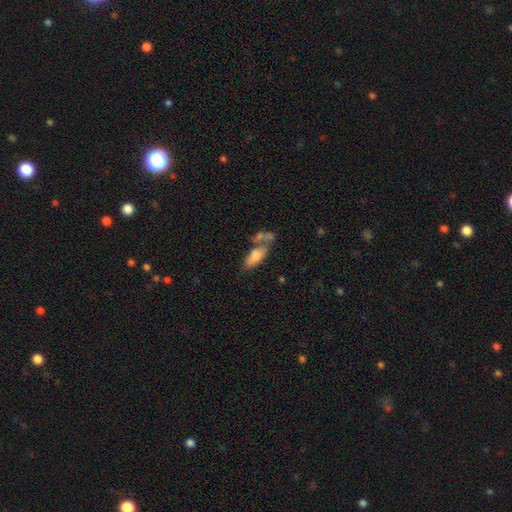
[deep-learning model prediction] Q: Smooth or featured?
A: smooth (74%); runner-up: featured or disk (18%)
Q: How rounded?
A: in between (74%); runner-up: cigar-shaped (24%)
Q: Merging?
A: merger (42%); runner-up: none (33%)